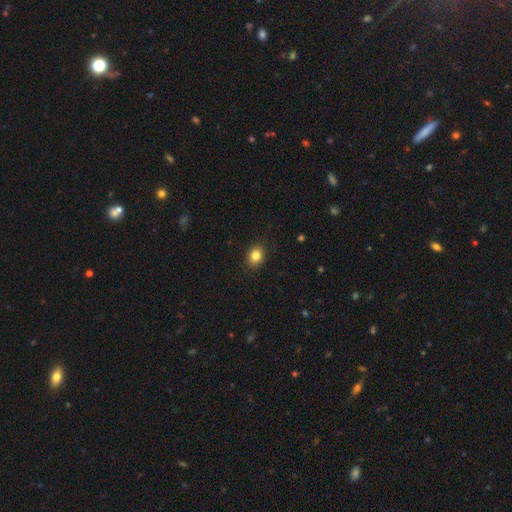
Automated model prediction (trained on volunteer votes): Smooth or featured? Predicted: smooth (p=0.83). How rounded? Predicted: in between (p=0.50). Merging? Predicted: none (p=0.88).